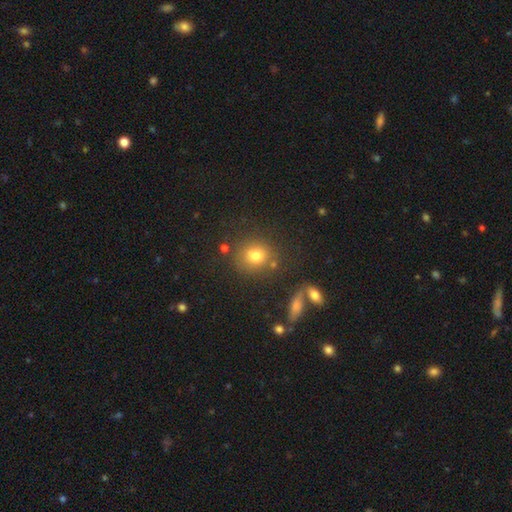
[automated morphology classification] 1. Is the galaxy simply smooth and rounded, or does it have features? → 76% smooth, 15% star or artifact, 10% featured or disk.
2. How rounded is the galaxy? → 80% round, 19% in between, 1% cigar-shaped.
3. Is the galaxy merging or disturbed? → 75% none, 12% minor disturbance, 9% merger, 5% major disturbance.